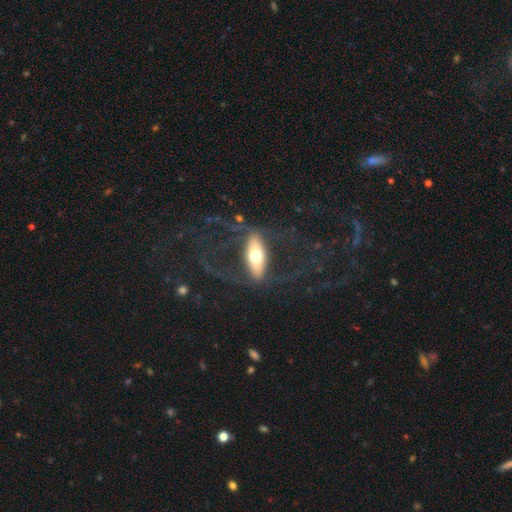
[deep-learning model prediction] smooth-or-featured: featured or disk: 59% | smooth: 34% | star or artifact: 7%
  disk-edge-on: no: 61% | yes: 39%
  merging: none: 60% | major disturbance: 23% | minor disturbance: 14% | merger: 3%